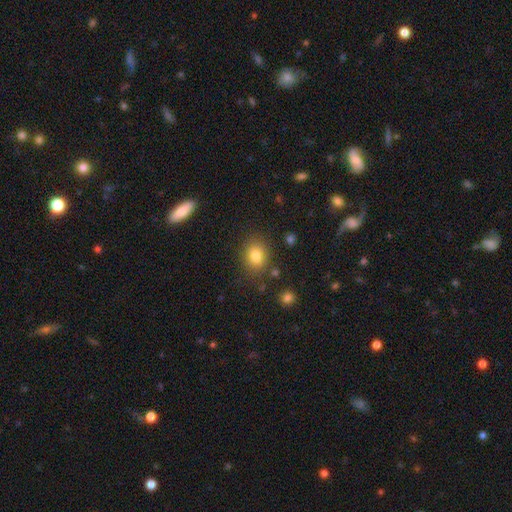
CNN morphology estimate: Overall: smooth (81%). How rounded: round (55%; in between 44%). Merging: none (81%).